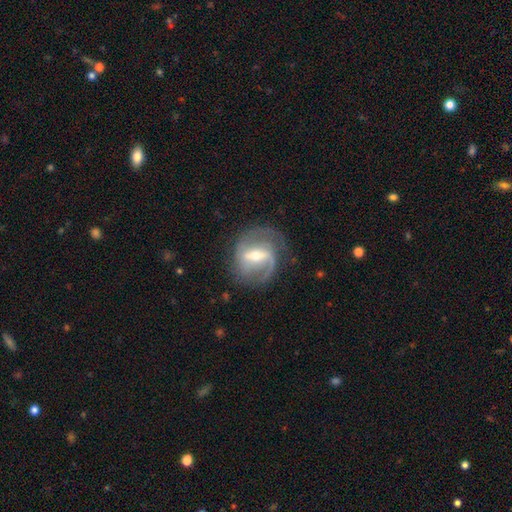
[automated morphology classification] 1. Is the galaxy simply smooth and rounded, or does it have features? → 86% featured or disk, 8% smooth, 5% star or artifact.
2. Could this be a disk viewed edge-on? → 96% no, 4% yes.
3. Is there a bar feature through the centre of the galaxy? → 50% strong, 40% weak, 10% no.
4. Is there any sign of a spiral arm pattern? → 94% yes, 6% no.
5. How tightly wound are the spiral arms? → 50% medium, 25% loose, 25% tight.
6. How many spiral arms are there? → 75% 2, 9% 1, 7% can't tell, 6% 3, 2% 4, 1% more than 4.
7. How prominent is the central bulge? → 59% moderate, 34% small, 5% large, 1% none, 1% dominant.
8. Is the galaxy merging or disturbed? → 71% none, 18% minor disturbance, 10% major disturbance, 2% merger.